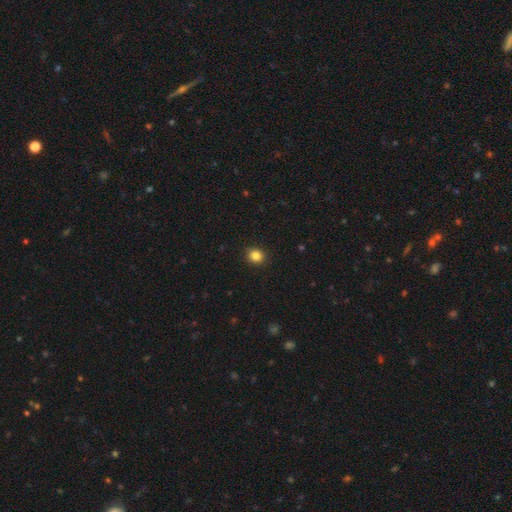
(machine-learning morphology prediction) Smooth or featured: smooth — 85% (star or artifact — 11%)
How rounded: round — 79% (in between — 20%)
Merging: none — 92% (minor disturbance — 6%)